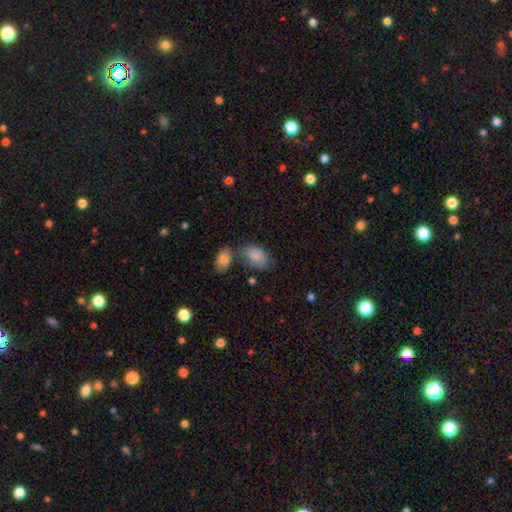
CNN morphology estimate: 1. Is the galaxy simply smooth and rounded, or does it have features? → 84% smooth, 9% featured or disk, 7% star or artifact.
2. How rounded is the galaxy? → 91% in between, 8% round, 1% cigar-shaped.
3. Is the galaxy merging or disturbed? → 45% none, 24% minor disturbance, 21% merger, 10% major disturbance.